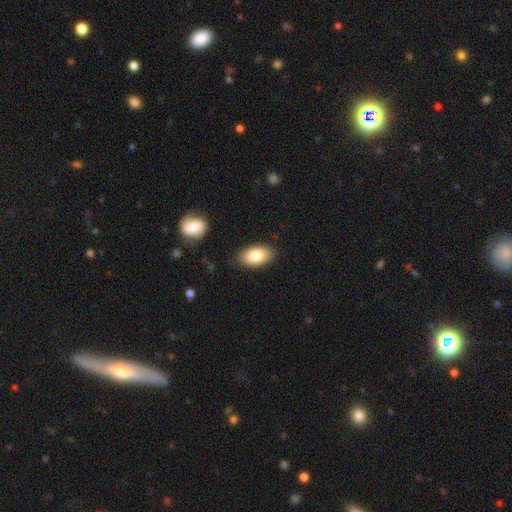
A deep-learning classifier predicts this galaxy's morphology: Smooth or featured: smooth — 81% (featured or disk — 12%)
How rounded: in between — 93% (round — 5%)
Merging: none — 85% (minor disturbance — 11%)